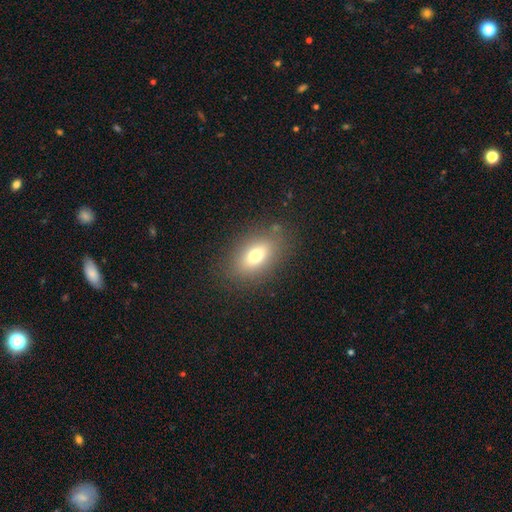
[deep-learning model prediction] Q: Smooth or featured?
A: smooth (71%); runner-up: featured or disk (17%)
Q: How rounded?
A: in between (82%); runner-up: round (14%)
Q: Merging?
A: none (83%); runner-up: minor disturbance (11%)